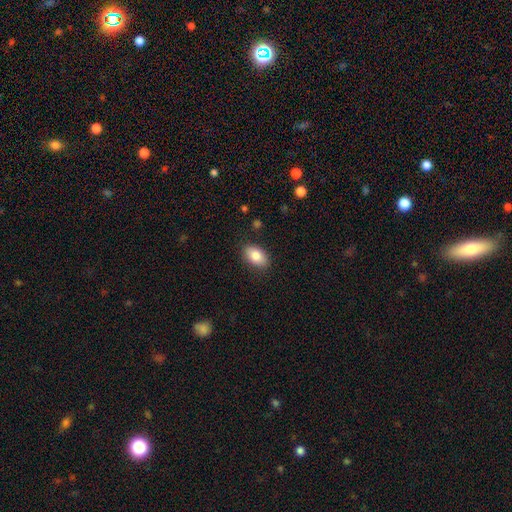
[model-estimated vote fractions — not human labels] This is clearly a smooth galaxy (83%). How rounded: clearly in between (91%). Merging: clearly none (87%).